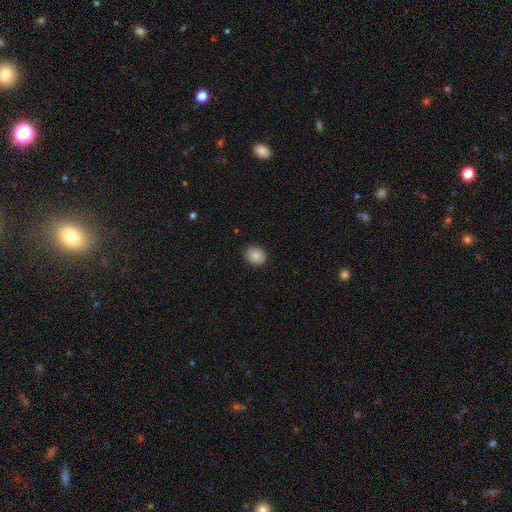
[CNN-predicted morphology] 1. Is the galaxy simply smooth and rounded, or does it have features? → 87% smooth, 9% star or artifact, 4% featured or disk.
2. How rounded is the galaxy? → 63% round, 36% in between, 1% cigar-shaped.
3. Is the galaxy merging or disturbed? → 89% none, 8% minor disturbance, 2% major disturbance, 1% merger.